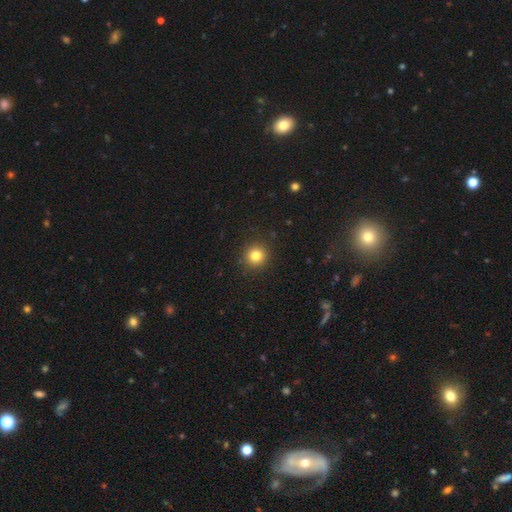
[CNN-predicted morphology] Smooth or featured? smooth (81%)
How rounded? round (94%)
Merging? none (91%)